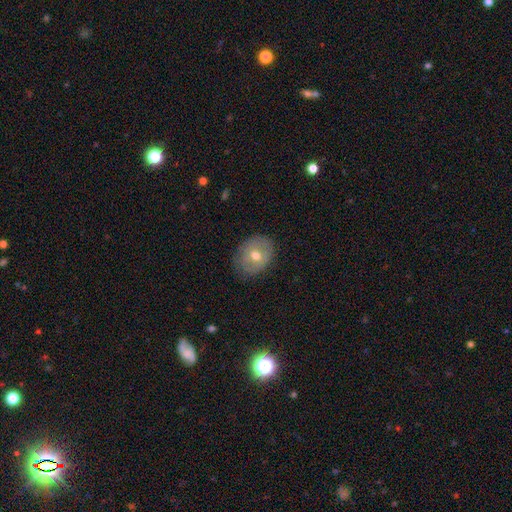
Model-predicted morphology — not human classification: This appears to be a smooth galaxy with no disk features (58%) that is in between round and cigar-shaped (55%). Merging: none (77%).